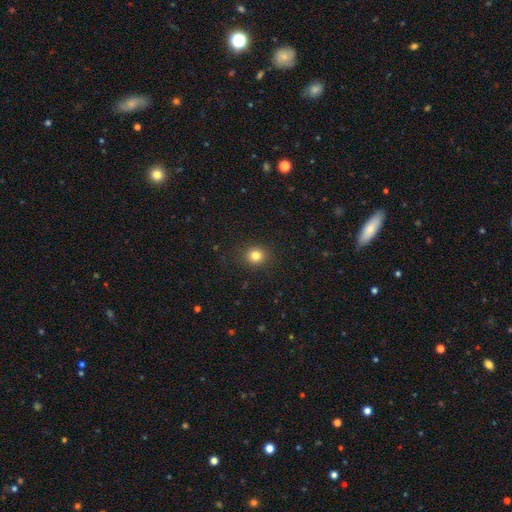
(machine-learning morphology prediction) Smooth or featured? Predicted: smooth (p=0.81). How rounded? Predicted: round (p=0.84). Merging? Predicted: none (p=0.90).